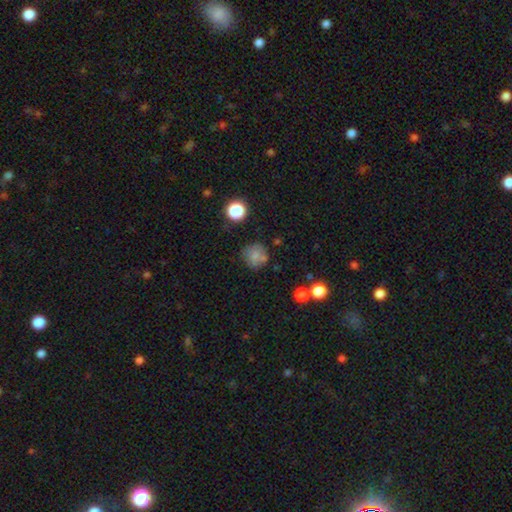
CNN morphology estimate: smooth 74%, featured or disk 13%, star or artifact 13%. Down the decision tree: how rounded — round (89%); merging — none (67%).